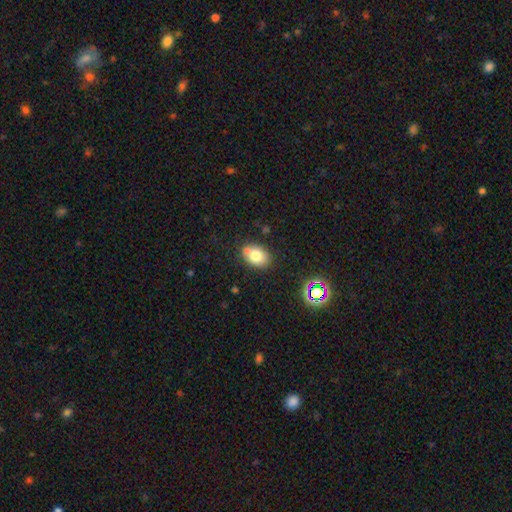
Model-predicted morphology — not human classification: The model was most divided on "how rounded": in between: 70%, round: 29%, cigar-shaped: 1%. More confident: smooth or featured — smooth (75%); merging — none (69%).